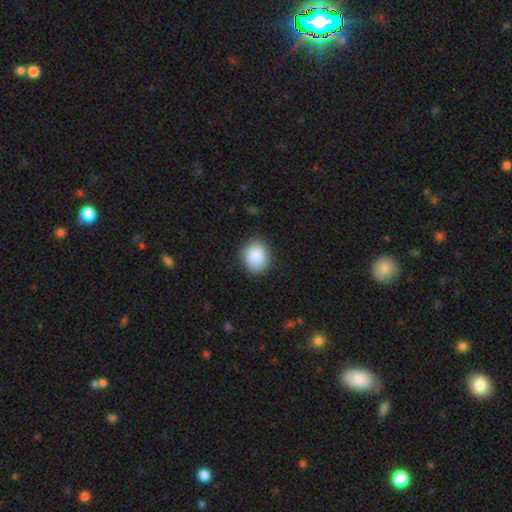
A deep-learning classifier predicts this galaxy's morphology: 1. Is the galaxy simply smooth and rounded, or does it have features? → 88% smooth, 7% star or artifact, 5% featured or disk.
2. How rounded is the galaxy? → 64% round, 35% in between, 1% cigar-shaped.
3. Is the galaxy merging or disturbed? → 85% none, 11% minor disturbance, 3% major disturbance, 1% merger.